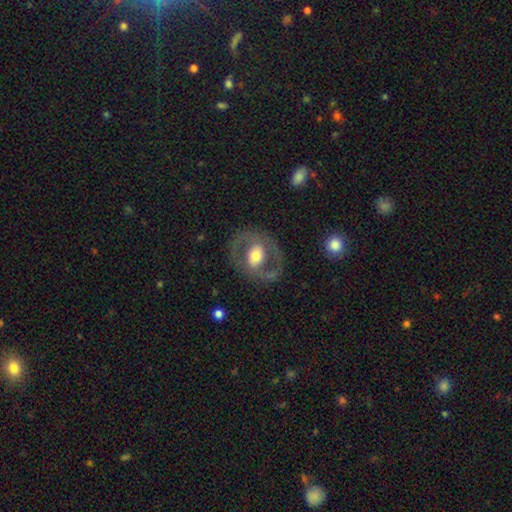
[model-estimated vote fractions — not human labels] Q: Smooth or featured?
A: featured or disk (61%); runner-up: smooth (33%)
Q: Edge-on disk?
A: no (94%); runner-up: yes (6%)
Q: Bar?
A: no (53%); runner-up: weak (29%)
Q: Spiral arms?
A: no (66%); runner-up: yes (34%)
Q: Bulge size?
A: moderate (59%); runner-up: large (27%)
Q: Merging?
A: none (76%); runner-up: minor disturbance (12%)